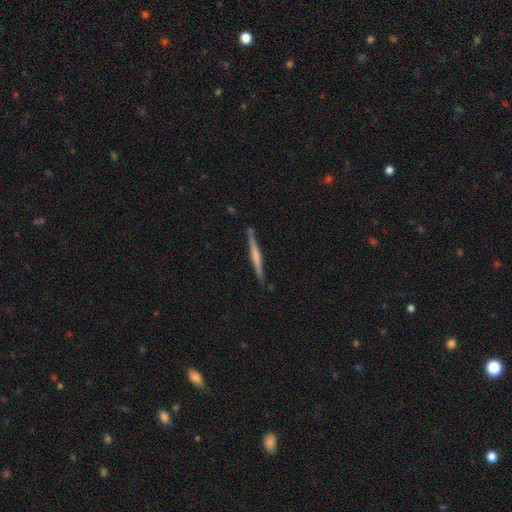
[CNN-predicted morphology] A featured or disk galaxy (58%) viewed edge-on (98%) with no central bulge (47%). Merging: none (87%).